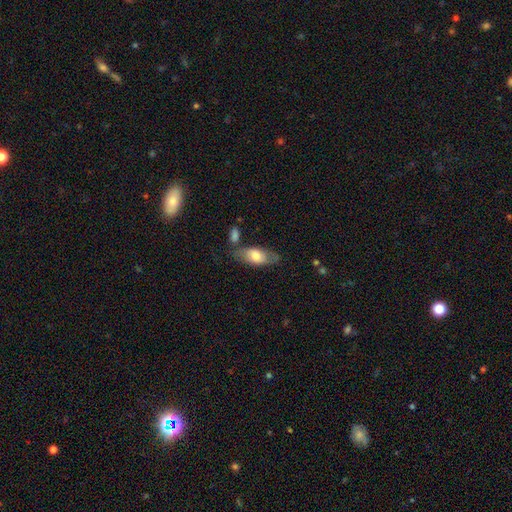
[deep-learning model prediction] This is likely a smooth galaxy (66%). How rounded: clearly in between (84%). Merging: likely none (63%).